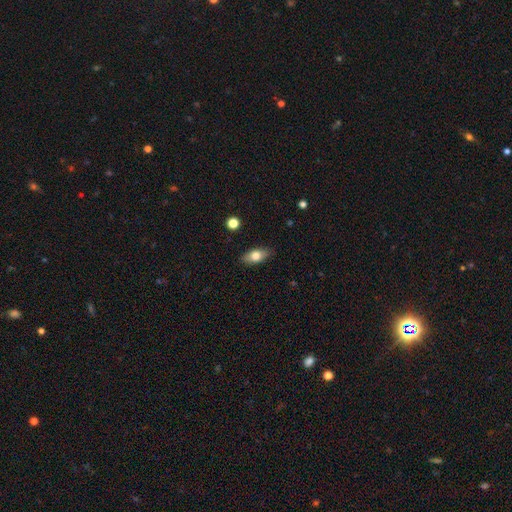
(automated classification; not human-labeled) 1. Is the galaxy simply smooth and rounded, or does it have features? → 75% smooth, 18% featured or disk, 7% star or artifact.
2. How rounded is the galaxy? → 85% in between, 9% cigar-shaped, 5% round.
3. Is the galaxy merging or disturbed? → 87% none, 10% minor disturbance, 2% major disturbance, 1% merger.